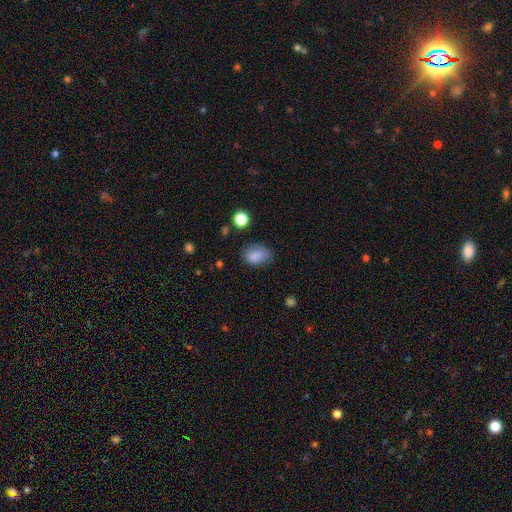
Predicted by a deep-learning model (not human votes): This is clearly a smooth galaxy (84%). How rounded: likely in between (78%). Merging: likely none (67%).